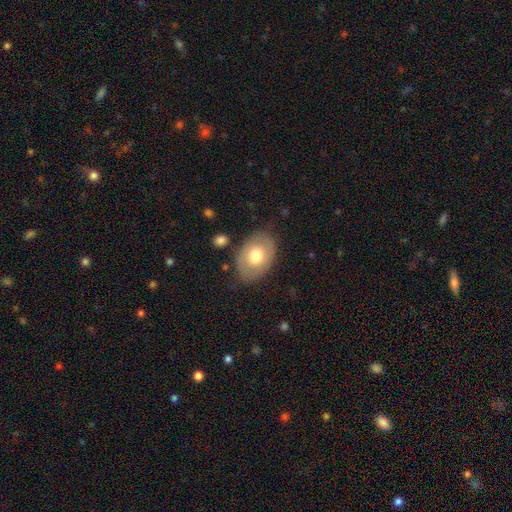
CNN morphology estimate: This appears to be a smooth galaxy with no disk features (60%) that is in between round and cigar-shaped (82%). Merging: none (78%).